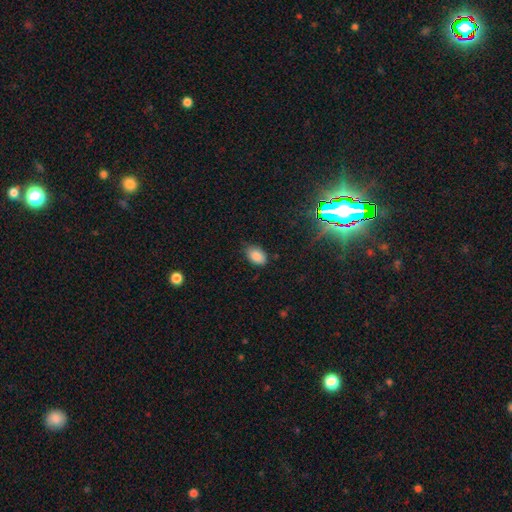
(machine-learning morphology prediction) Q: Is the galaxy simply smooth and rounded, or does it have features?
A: smooth — 85%.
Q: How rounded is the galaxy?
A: in between — 88%.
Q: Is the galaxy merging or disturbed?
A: none — 72%.